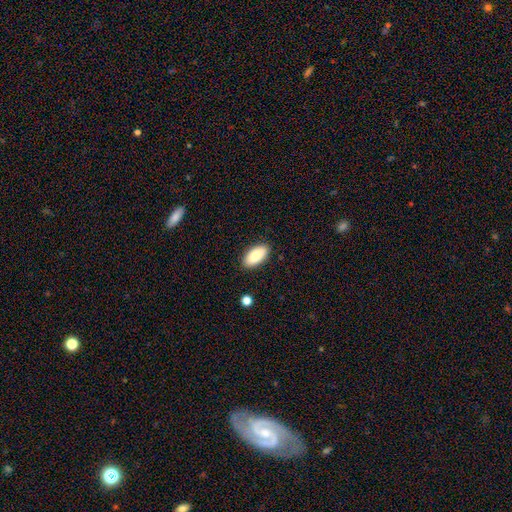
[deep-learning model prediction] The model was most divided on "smooth or featured": smooth: 84%, featured or disk: 9%, star or artifact: 7%. More confident: how rounded — in between (93%); merging — none (88%).